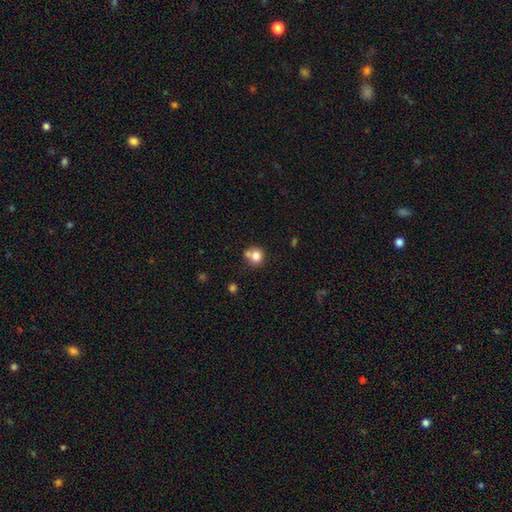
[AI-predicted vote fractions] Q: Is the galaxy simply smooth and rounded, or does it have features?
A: smooth — 79%.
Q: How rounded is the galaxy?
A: round — 78%.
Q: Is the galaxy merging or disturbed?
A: none — 51%.